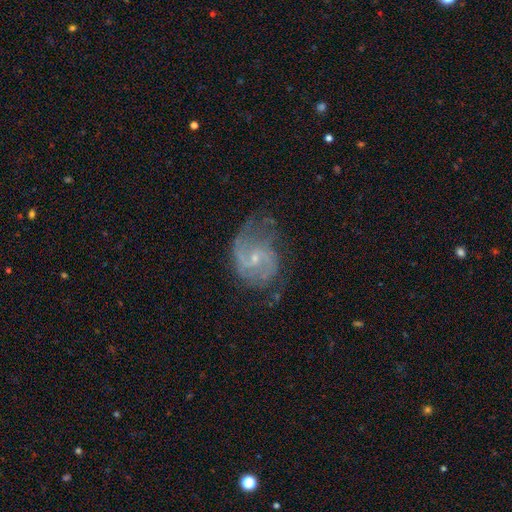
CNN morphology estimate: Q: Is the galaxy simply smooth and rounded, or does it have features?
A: featured or disk — 78%.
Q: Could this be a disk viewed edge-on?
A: no — 97%.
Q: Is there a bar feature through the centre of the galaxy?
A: weak — 47%.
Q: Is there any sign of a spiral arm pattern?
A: yes — 94%.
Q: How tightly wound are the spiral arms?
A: medium — 49%.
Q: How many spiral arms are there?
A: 2 — 67%.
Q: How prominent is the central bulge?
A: small — 68%.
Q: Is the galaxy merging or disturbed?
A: none — 65%.